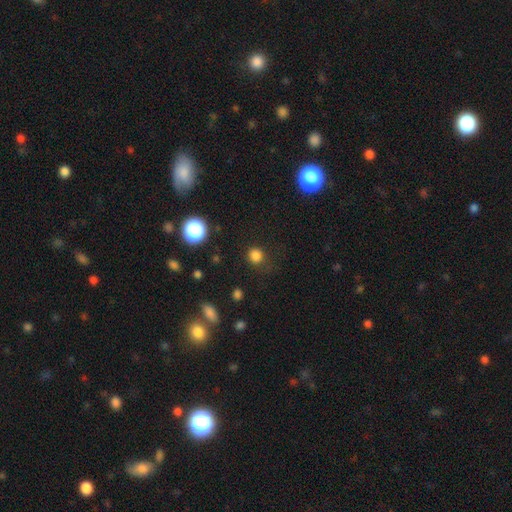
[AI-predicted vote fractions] A smooth galaxy with no disk features (80%) that is round (90%). Merging: none (83%).